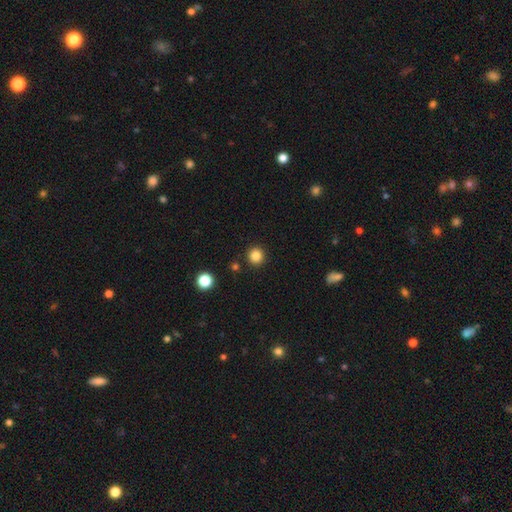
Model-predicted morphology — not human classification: Overall: smooth (84%). How rounded: round (95%). Merging: none (91%).